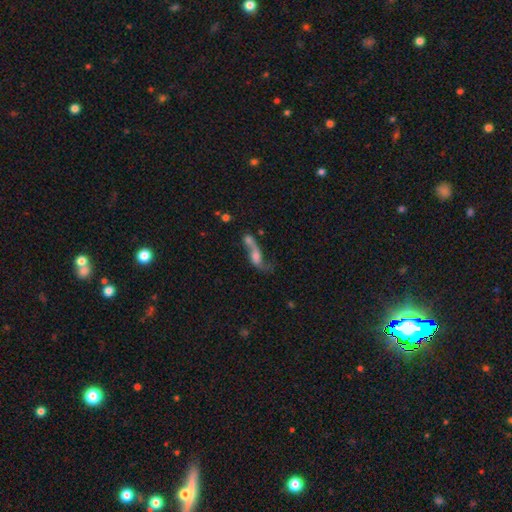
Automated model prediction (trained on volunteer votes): Smooth or featured? featured or disk (50%)
Merging? merger (44%)